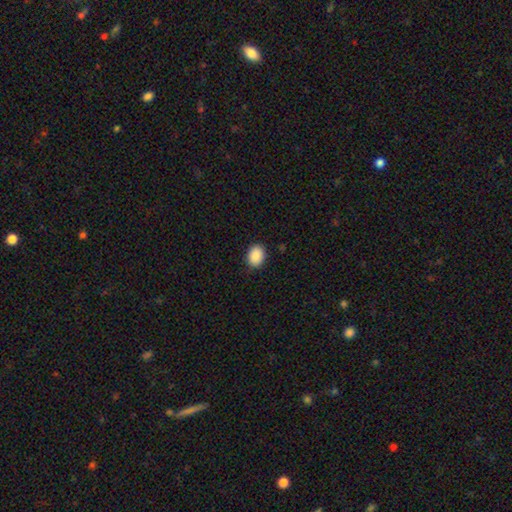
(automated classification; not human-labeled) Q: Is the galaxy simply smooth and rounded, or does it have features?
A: smooth — 90%.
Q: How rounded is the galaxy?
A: in between — 62%.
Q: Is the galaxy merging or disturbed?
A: none — 88%.